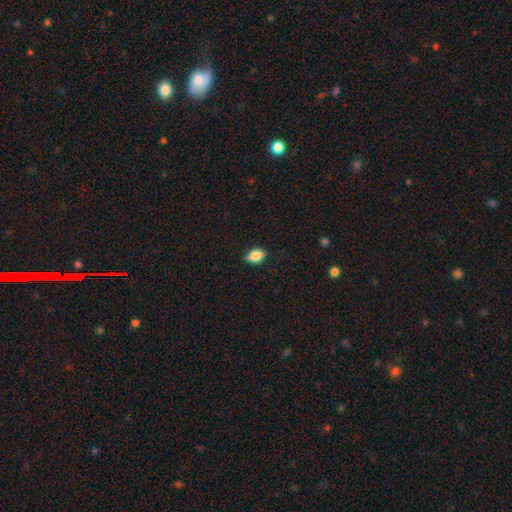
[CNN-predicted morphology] Overall: smooth (84%). How rounded: in between (83%). Merging: none (83%).